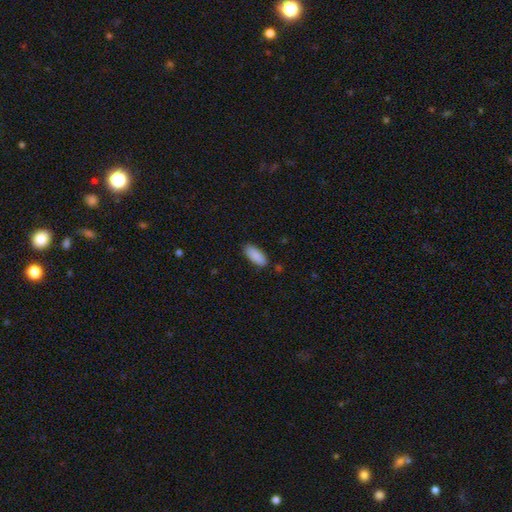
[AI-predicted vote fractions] A smooth galaxy with no disk features (90%) that is in between round and cigar-shaped (83%).

Vote fractions:
- Smooth or featured? smooth: 90% / star or artifact: 6% / featured or disk: 4%
- How rounded? in between: 83% / cigar-shaped: 15% / round: 2%
- Merging? none: 85% / minor disturbance: 11% / major disturbance: 2% / merger: 2%